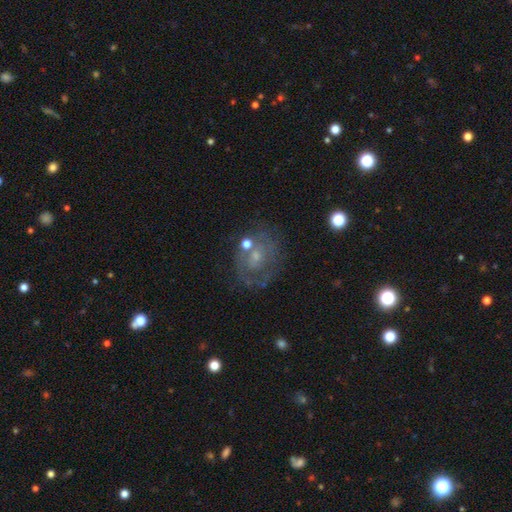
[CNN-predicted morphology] Smooth or featured? Predicted: featured or disk (p=0.64). Edge-on disk? Predicted: no (p=0.97). Bar? Predicted: no (p=0.70). Spiral arms? Predicted: yes (p=0.63). Bulge size? Predicted: small (p=0.55). Merging? Predicted: none (p=0.63).